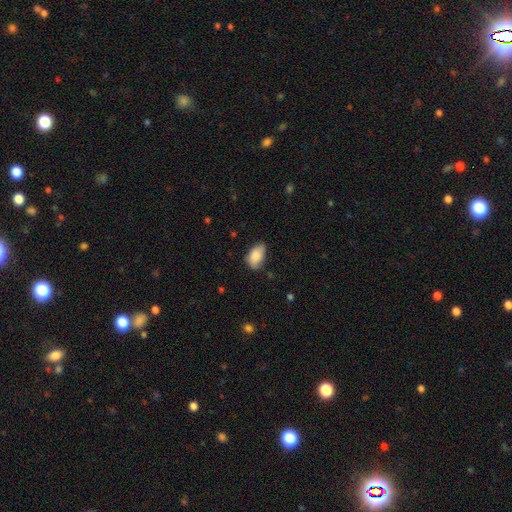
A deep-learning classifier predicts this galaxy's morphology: Smooth or featured? Predicted: smooth (p=0.85). How rounded? Predicted: in between (p=0.93). Merging? Predicted: none (p=0.65).